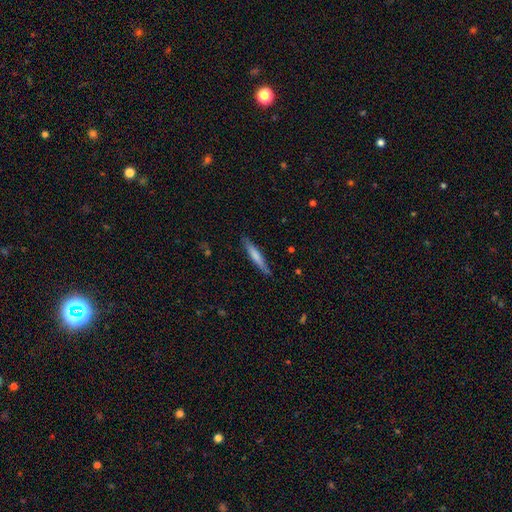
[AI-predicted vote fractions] This appears to be a smooth galaxy with no disk features (65%) that is cigar-shaped (93%). Merging: none (83%).